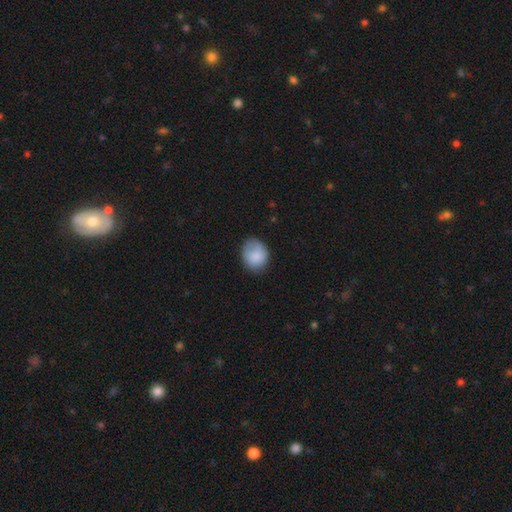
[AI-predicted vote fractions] Smooth or featured: smooth — 84% (featured or disk — 9%)
How rounded: round — 54% (in between — 45%)
Merging: none — 67% (minor disturbance — 25%)